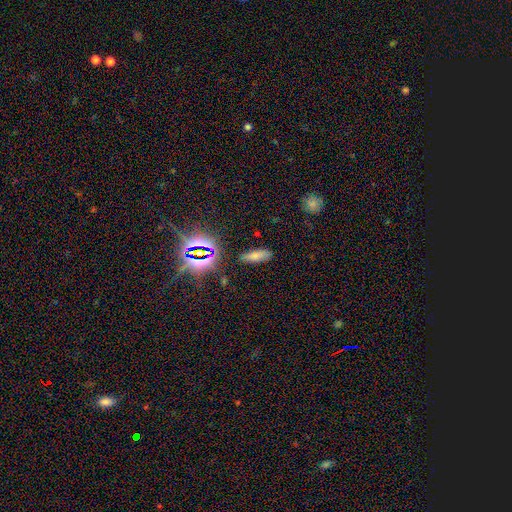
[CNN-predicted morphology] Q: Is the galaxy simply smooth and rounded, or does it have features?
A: smooth — 66%.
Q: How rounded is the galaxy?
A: in between — 51%.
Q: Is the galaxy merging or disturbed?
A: none — 85%.